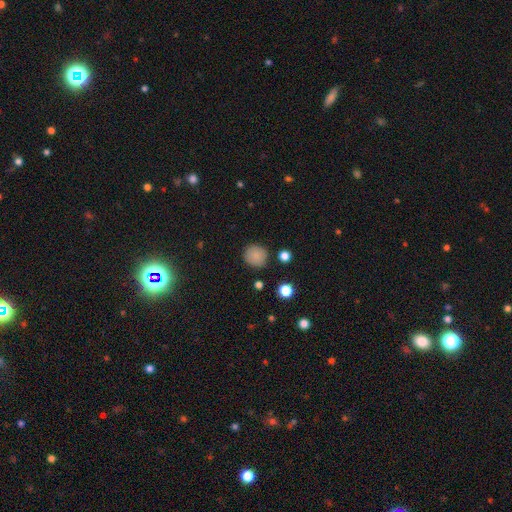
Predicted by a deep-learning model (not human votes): Overall: smooth (85%). How rounded: round (92%). Merging: none (85%).